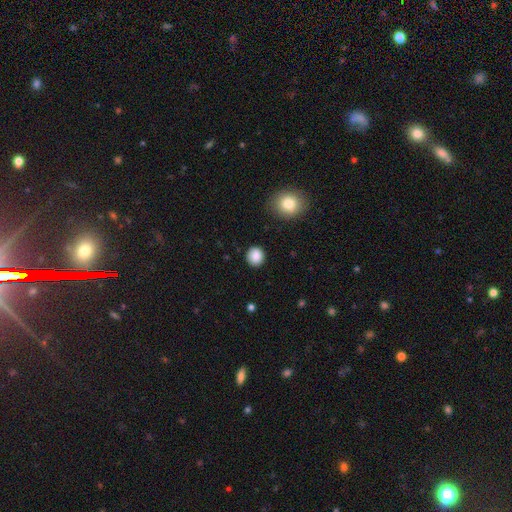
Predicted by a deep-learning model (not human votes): smooth-or-featured: smooth: 88% | star or artifact: 9% | featured or disk: 3%
  how-rounded: round: 90% | in between: 9% | cigar-shaped: 1%
  merging: none: 90% | minor disturbance: 7% | major disturbance: 2% | merger: 1%